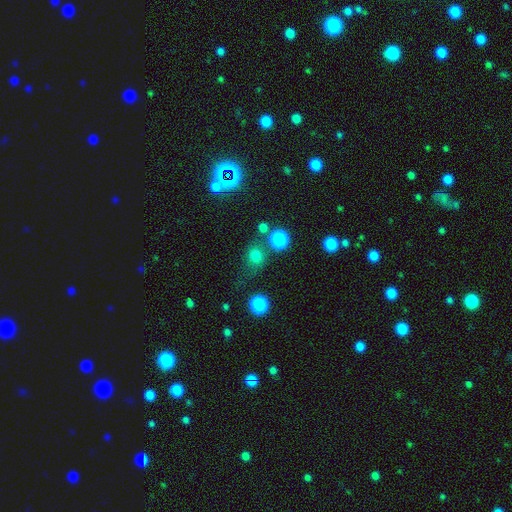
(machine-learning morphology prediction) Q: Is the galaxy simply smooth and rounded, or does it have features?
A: smooth — 71%.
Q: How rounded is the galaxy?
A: round — 71%.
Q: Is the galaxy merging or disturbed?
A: none — 65%.